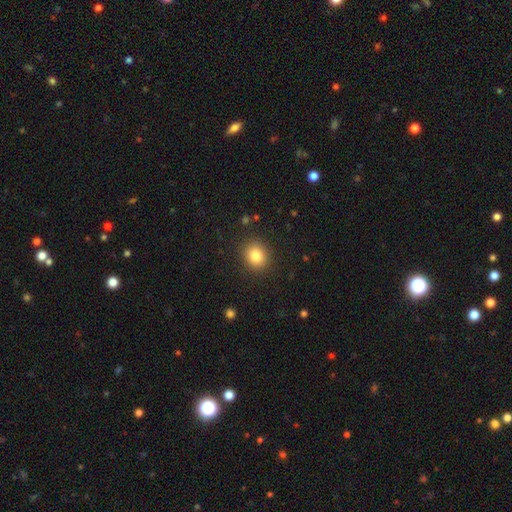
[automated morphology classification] A smooth galaxy with no disk features (83%) that is round (74%). Merging: none (89%).